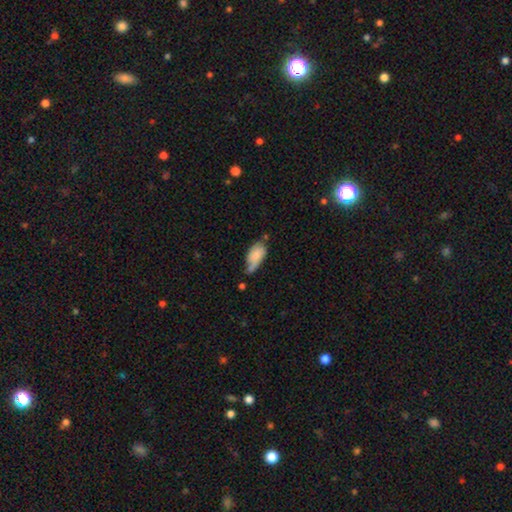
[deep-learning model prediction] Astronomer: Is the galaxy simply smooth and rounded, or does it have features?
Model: smooth — 71%.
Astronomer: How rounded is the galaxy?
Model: in between — 91%.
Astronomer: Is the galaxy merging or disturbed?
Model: minor disturbance — 39% (runner-up: none, 34%).